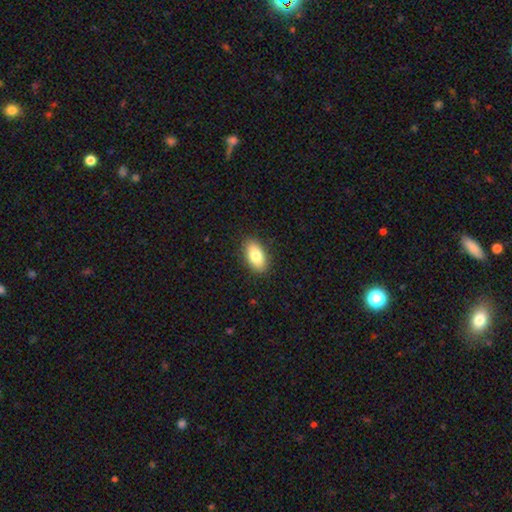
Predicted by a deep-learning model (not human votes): Overall: smooth (81%). How rounded: in between (91%). Merging: none (89%).